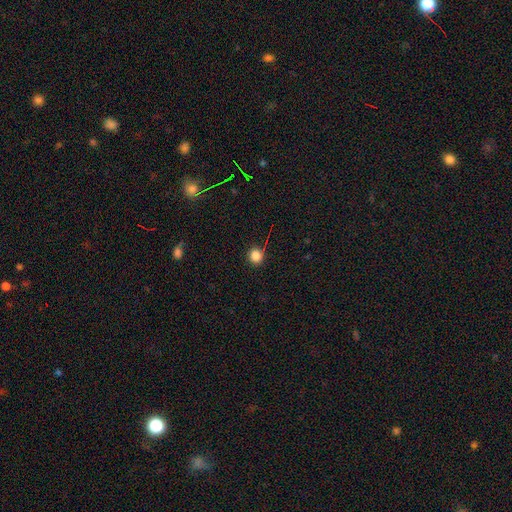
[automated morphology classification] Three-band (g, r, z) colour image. It shows a smooth galaxy with no disk features (84%) that is round (90%). Merging: none (84%).